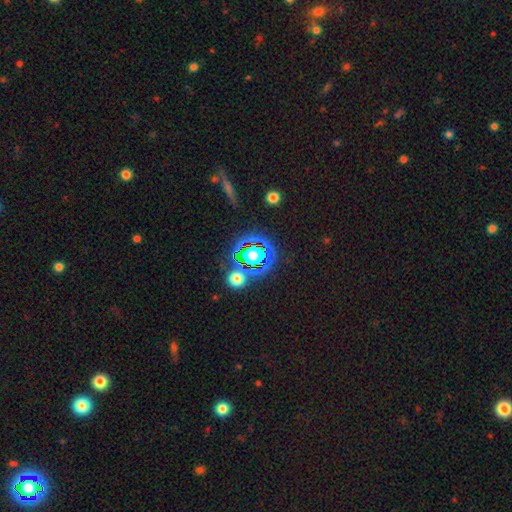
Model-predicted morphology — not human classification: smooth-or-featured: star or artifact: 59% | smooth: 28% | featured or disk: 14%